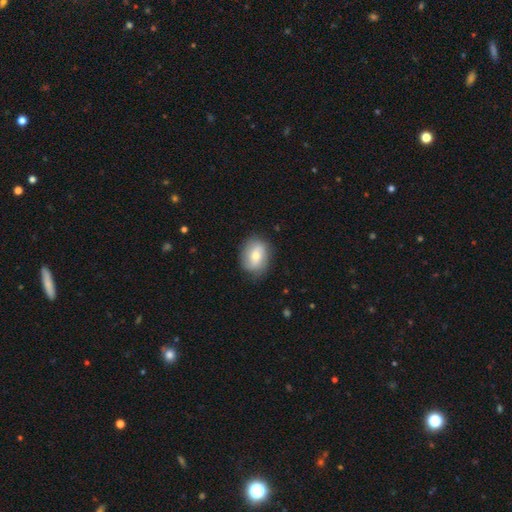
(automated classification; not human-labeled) The model was most divided on "smooth or featured": smooth: 62%, featured or disk: 31%, star or artifact: 7%. More confident: merging — none (79%); how rounded — in between (67%).